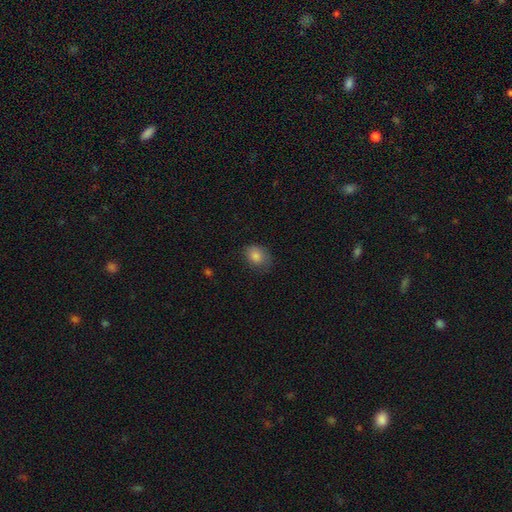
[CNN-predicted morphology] smooth-or-featured: smooth: 83% | star or artifact: 10% | featured or disk: 7%
  how-rounded: in between: 55% | round: 44% | cigar-shaped: 1%
  merging: none: 66% | minor disturbance: 25% | major disturbance: 8% | merger: 1%